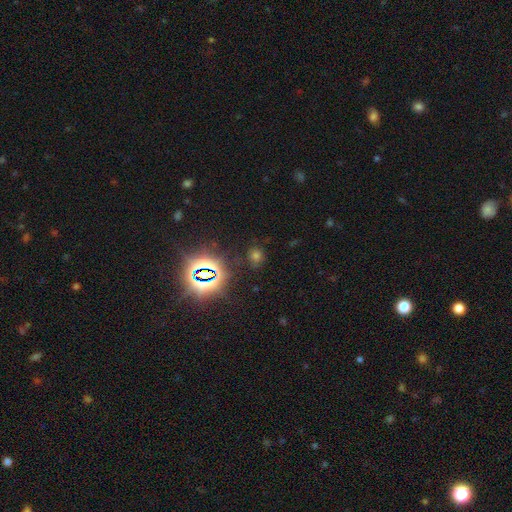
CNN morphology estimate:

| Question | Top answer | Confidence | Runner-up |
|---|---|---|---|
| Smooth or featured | star or artifact | 48% | smooth (45%) |